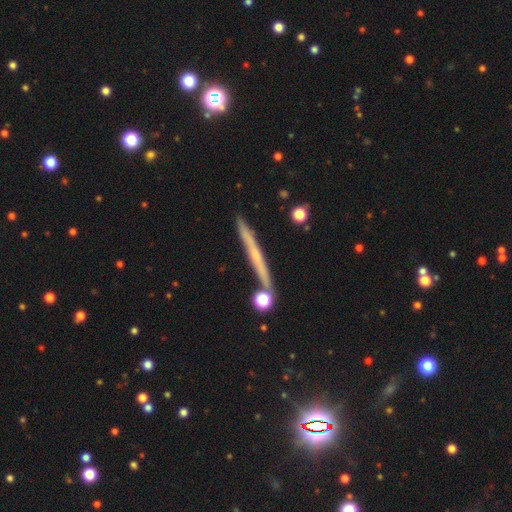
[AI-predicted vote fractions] This appears to be a featured or disk galaxy (60%) viewed edge-on (96%) with no central bulge (65%). Merging: none (85%).